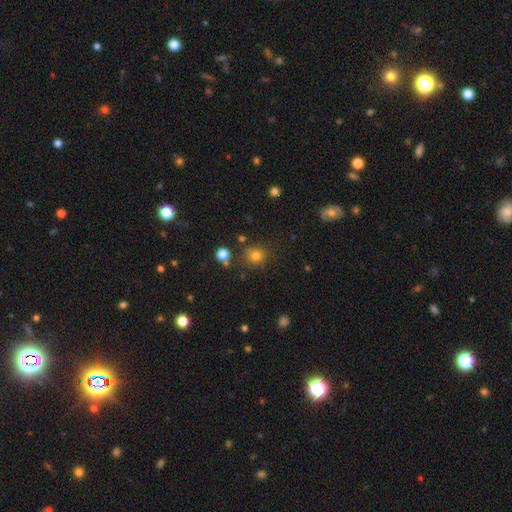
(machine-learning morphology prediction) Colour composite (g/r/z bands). It shows a smooth galaxy with no disk features (78%) that is round (84%). Merging: none (78%).